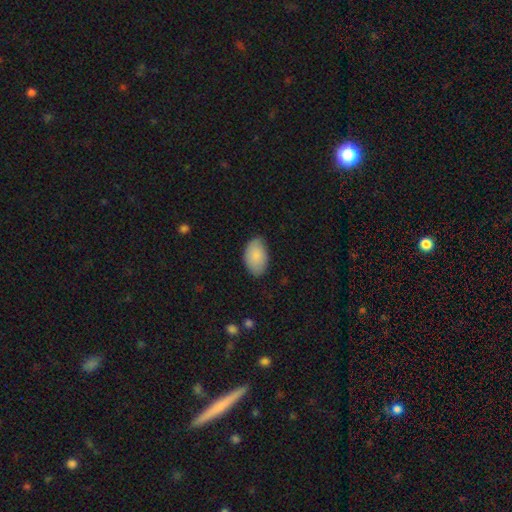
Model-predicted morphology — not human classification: A smooth galaxy with no disk features (85%) that is in between round and cigar-shaped (93%).

Vote fractions:
- Smooth or featured? smooth: 85% / featured or disk: 9% / star or artifact: 6%
- How rounded? in between: 93% / round: 6% / cigar-shaped: 1%
- Merging? none: 73% / minor disturbance: 23% / major disturbance: 3% / merger: 1%